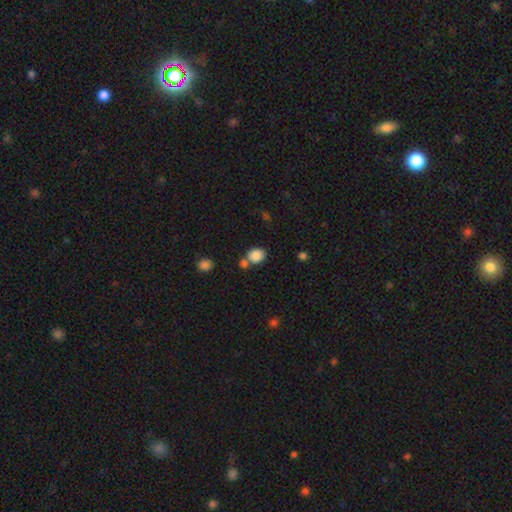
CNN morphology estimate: smooth 85%, star or artifact 9%, featured or disk 5%. Down the decision tree: how rounded — round (63%); merging — none (57%).